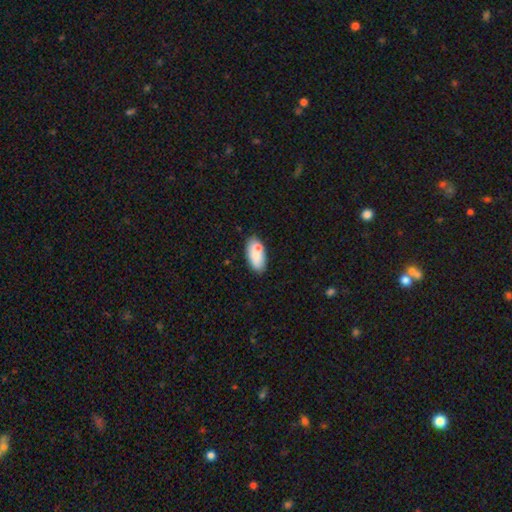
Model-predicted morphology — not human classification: Overall: smooth (79%). How rounded: in between (91%). Merging: none (69%).